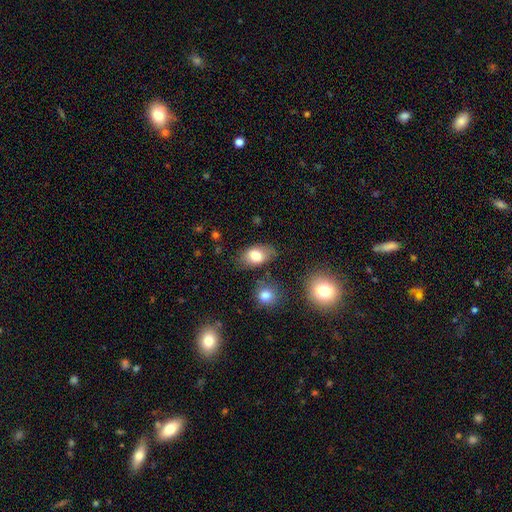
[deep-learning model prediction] smooth_or_featured: smooth (p=0.78) [alt: featured or disk p=0.14]
how_rounded: in between (p=0.88) [alt: round p=0.10]
merging: none (p=0.75) [alt: minor disturbance p=0.16]